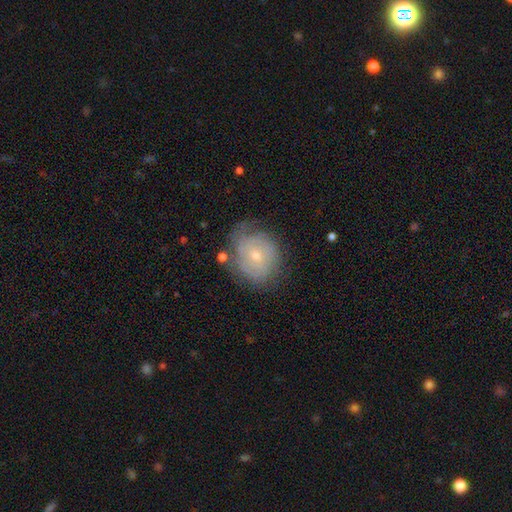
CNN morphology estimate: smooth-or-featured: featured or disk: 62% | smooth: 30% | star or artifact: 8%
  disk-edge-on: no: 97% | yes: 3%
    bar: no: 74% | weak: 22% | strong: 3%
    has-spiral-arms: yes: 80% | no: 20%
    bulge-size: small: 67% | moderate: 29% | none: 2% | large: 1% | dominant: 1%
  merging: none: 64% | minor disturbance: 24% | major disturbance: 9% | merger: 3%